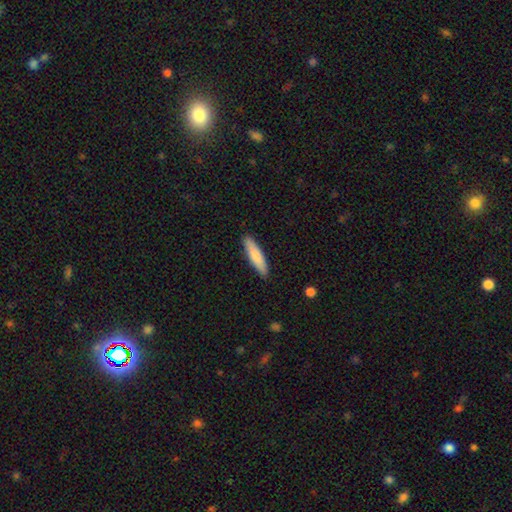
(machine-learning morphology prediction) type=smooth (79%); roundness=cigar-shaped (77%); merging=none (89%).